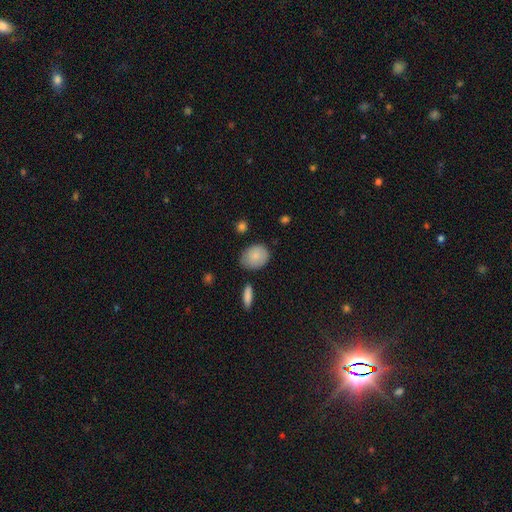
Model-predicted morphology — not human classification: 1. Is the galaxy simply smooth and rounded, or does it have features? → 85% smooth, 9% featured or disk, 7% star or artifact.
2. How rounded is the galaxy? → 56% in between, 42% round, 1% cigar-shaped.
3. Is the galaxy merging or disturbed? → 73% none, 20% minor disturbance, 4% major disturbance, 3% merger.